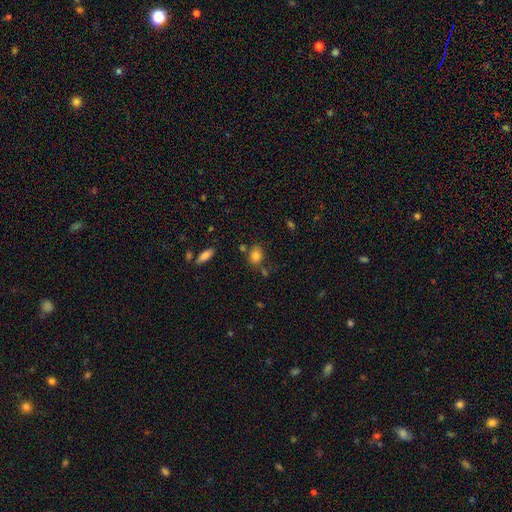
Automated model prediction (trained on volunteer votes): Smooth or featured: smooth — 82% (star or artifact — 10%)
How rounded: in between — 60% (round — 39%)
Merging: none — 70% (minor disturbance — 16%)